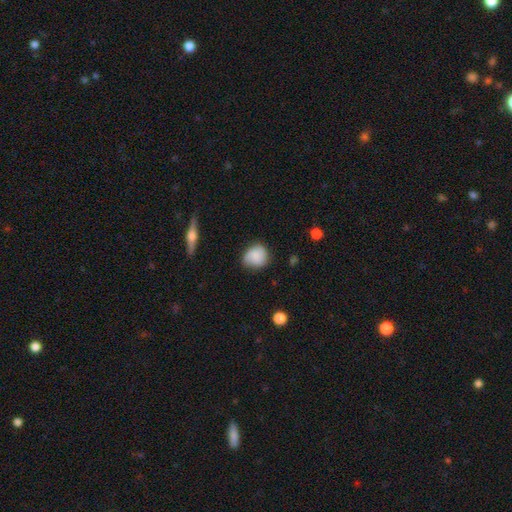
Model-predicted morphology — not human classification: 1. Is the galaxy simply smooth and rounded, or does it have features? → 73% smooth, 19% featured or disk, 8% star or artifact.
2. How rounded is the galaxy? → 74% round, 24% in between, 1% cigar-shaped.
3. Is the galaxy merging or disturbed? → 66% none, 27% minor disturbance, 6% major disturbance, 2% merger.